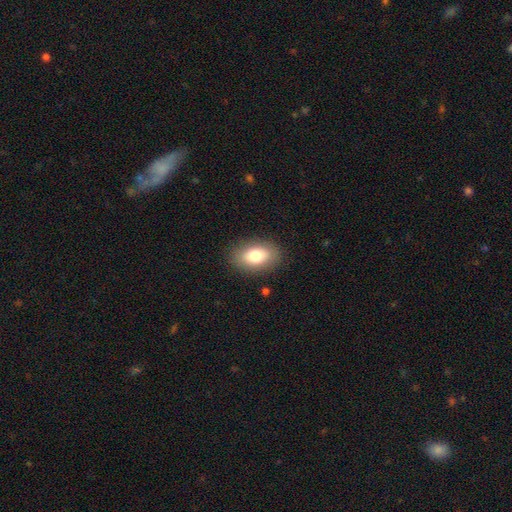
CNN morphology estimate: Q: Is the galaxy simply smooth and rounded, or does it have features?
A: smooth — 78%.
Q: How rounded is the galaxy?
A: in between — 87%.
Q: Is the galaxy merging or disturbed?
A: none — 86%.